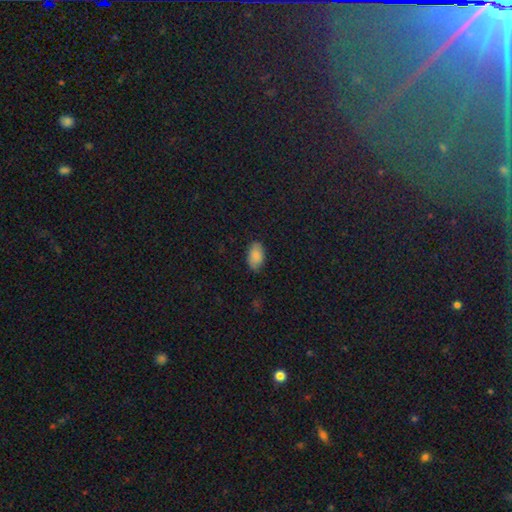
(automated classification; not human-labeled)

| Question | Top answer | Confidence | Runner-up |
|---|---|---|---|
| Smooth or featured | smooth | 85% | star or artifact (8%) |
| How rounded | in between | 93% | round (5%) |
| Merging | none | 81% | minor disturbance (15%) |